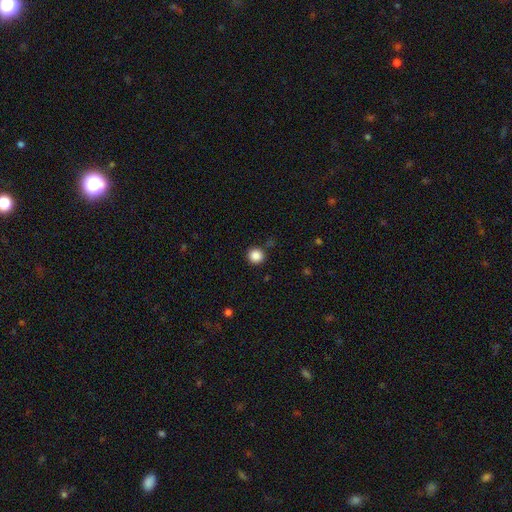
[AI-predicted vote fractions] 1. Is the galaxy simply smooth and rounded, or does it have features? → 87% smooth, 10% star or artifact, 3% featured or disk.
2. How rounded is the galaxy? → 94% round, 5% in between, 1% cigar-shaped.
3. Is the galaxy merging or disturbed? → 89% none, 6% minor disturbance, 2% major disturbance, 2% merger.